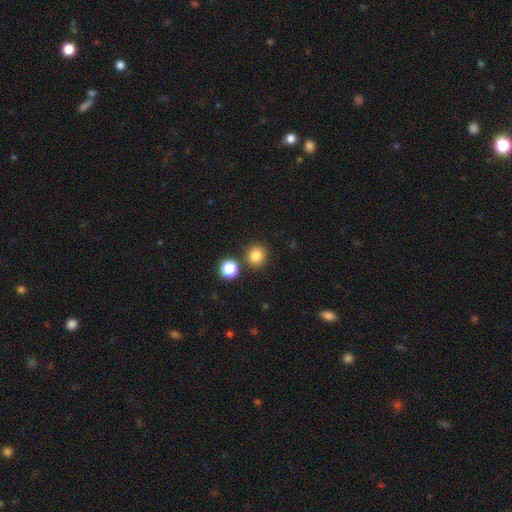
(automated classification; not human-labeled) Smooth or featured: smooth — 83% (star or artifact — 13%)
How rounded: round — 92% (in between — 7%)
Merging: none — 84% (merger — 7%)